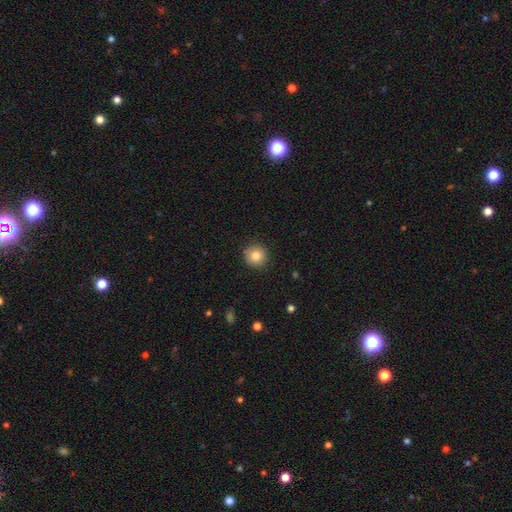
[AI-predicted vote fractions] A smooth galaxy with no disk features (83%) that is round (94%).

Vote fractions:
- Smooth or featured? smooth: 83% / star or artifact: 10% / featured or disk: 7%
- How rounded? round: 94% / in between: 5% / cigar-shaped: 1%
- Merging? none: 90% / minor disturbance: 7% / major disturbance: 2% / merger: 1%